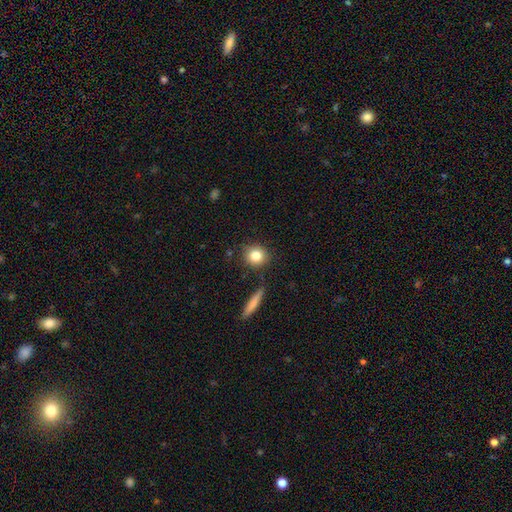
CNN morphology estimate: Smooth or featured? Predicted: smooth (p=0.81). How rounded? Predicted: round (p=0.86). Merging? Predicted: none (p=0.84).